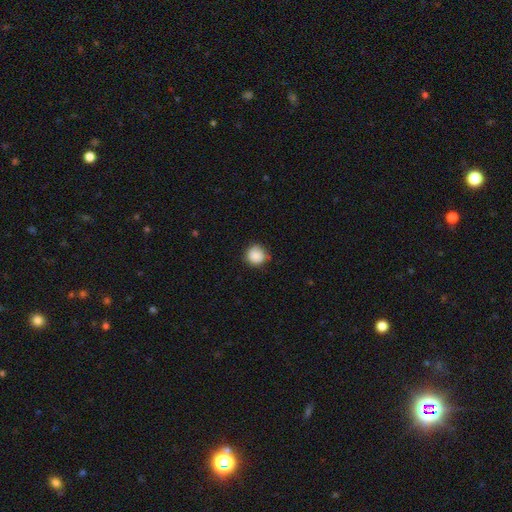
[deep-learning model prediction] smooth_or_featured: smooth (p=0.88) [alt: star or artifact p=0.08]
how_rounded: round (p=0.92) [alt: in between p=0.07]
merging: none (p=0.77) [alt: minor disturbance p=0.18]